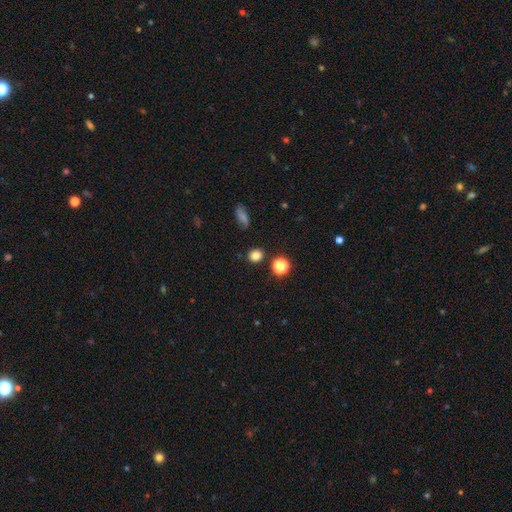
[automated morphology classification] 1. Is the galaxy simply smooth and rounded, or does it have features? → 80% smooth, 15% star or artifact, 5% featured or disk.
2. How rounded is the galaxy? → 82% round, 17% in between, 1% cigar-shaped.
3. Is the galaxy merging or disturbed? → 86% none, 8% minor disturbance, 4% merger, 3% major disturbance.